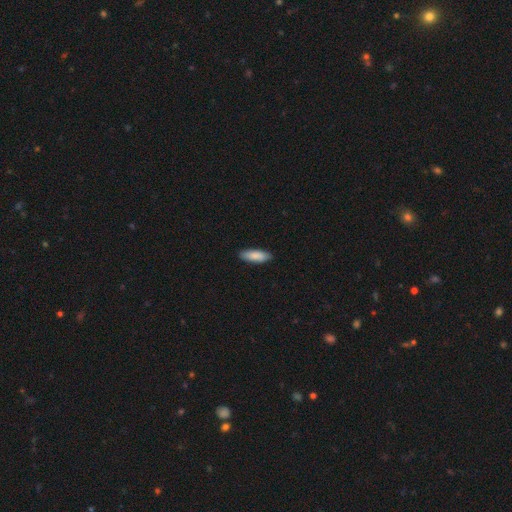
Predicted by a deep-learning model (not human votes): Morphology: type=smooth (88%); roundness=in between (60%); merging=none (88%).